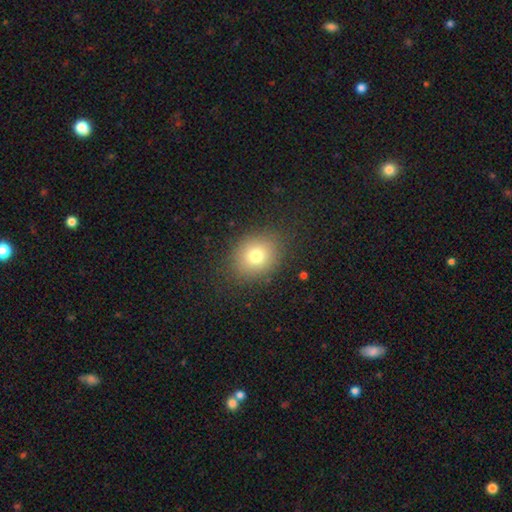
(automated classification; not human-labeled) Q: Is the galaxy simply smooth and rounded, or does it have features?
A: smooth — 75%.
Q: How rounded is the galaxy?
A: round — 57%.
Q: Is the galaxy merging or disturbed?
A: none — 84%.